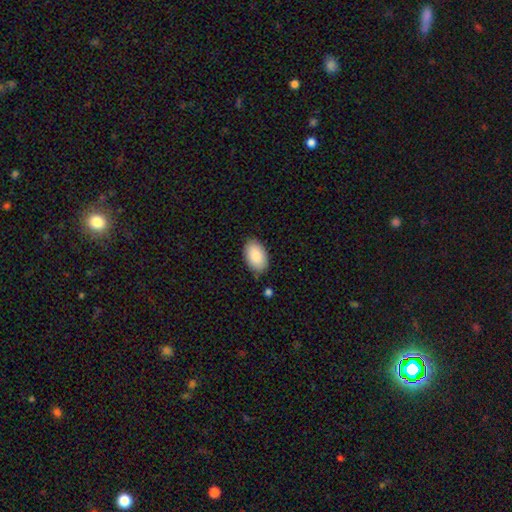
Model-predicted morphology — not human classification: The model was most divided on "merging": none: 83%, minor disturbance: 12%, major disturbance: 2%, merger: 2%. More confident: how rounded — in between (94%); smooth or featured — smooth (89%).